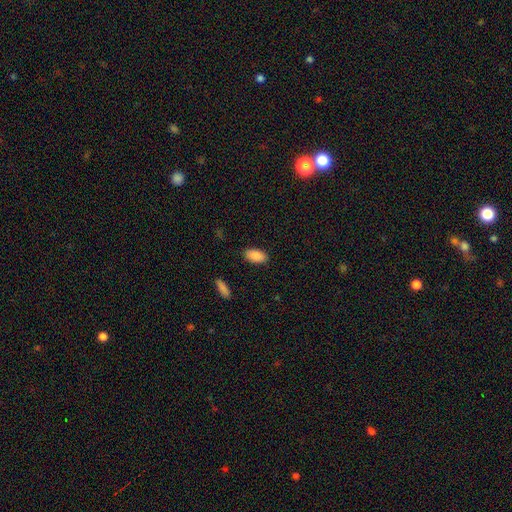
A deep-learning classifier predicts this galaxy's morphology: Smooth or featured? smooth (89%)
How rounded? in between (93%)
Merging? none (87%)